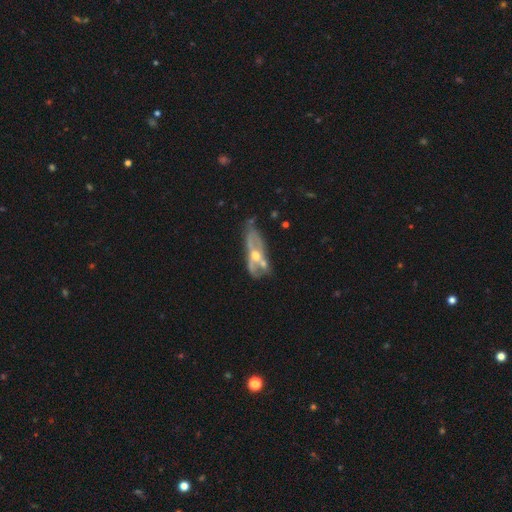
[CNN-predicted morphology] This appears to be a featured or disk galaxy (70%) with no bar (73%), no spiral arms (60%) and a moderate central bulge (67%). Merging: none (36%).